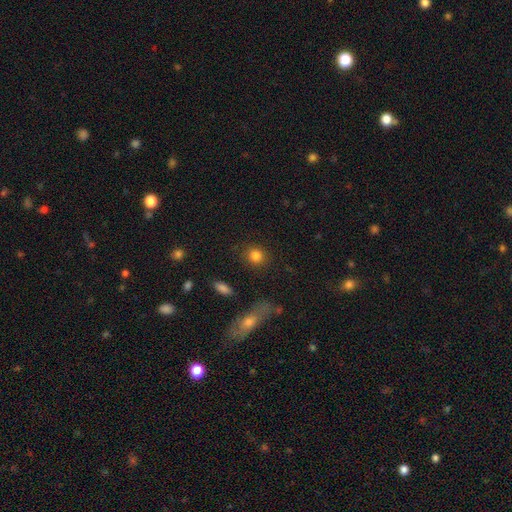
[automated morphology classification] Q: Smooth or featured?
A: smooth (83%); runner-up: star or artifact (10%)
Q: How rounded?
A: round (81%); runner-up: in between (18%)
Q: Merging?
A: none (86%); runner-up: minor disturbance (9%)